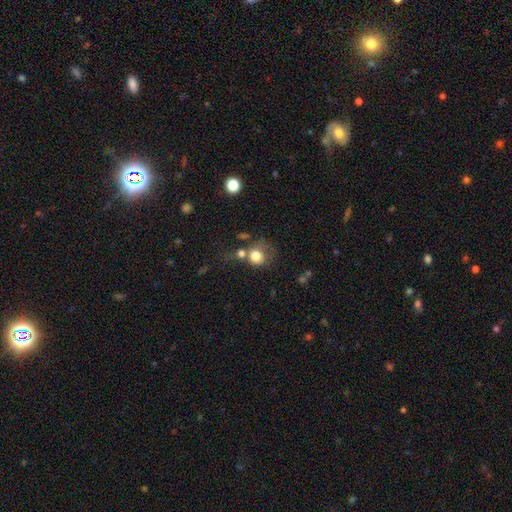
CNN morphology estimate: Q: Smooth or featured?
A: smooth (77%); runner-up: featured or disk (12%)
Q: How rounded?
A: round (81%); runner-up: in between (18%)
Q: Merging?
A: none (41%); runner-up: merger (25%)